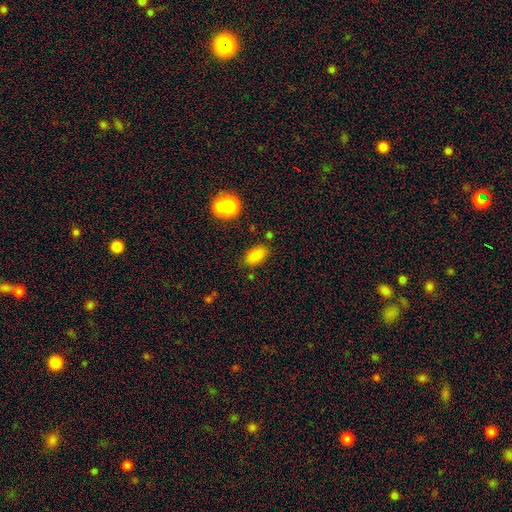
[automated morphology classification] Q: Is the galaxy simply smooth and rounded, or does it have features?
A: smooth — 83%.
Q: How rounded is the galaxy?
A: in between — 91%.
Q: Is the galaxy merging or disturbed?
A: none — 77%.